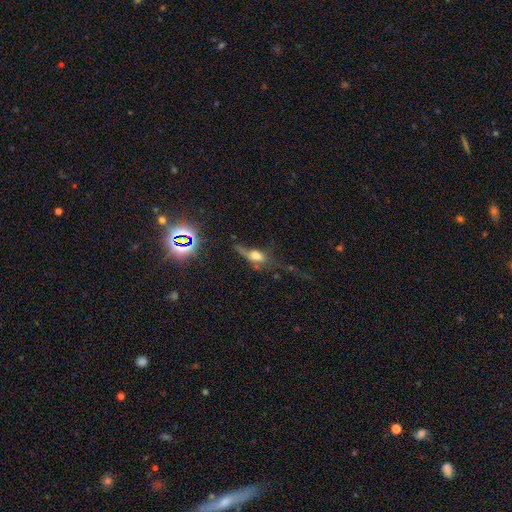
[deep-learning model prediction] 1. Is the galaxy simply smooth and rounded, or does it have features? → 51% smooth, 33% featured or disk, 16% star or artifact.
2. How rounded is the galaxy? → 69% in between, 21% cigar-shaped, 10% round.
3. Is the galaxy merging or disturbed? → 45% major disturbance, 25% none, 22% minor disturbance, 9% merger.